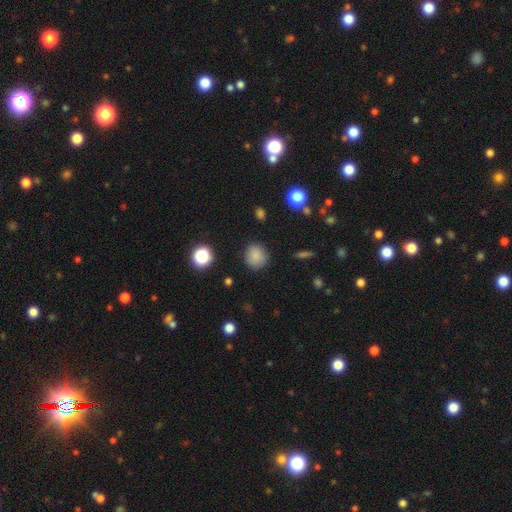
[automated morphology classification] This is clearly a smooth galaxy (84%). How rounded: clearly round (86%). Merging: clearly none (85%).